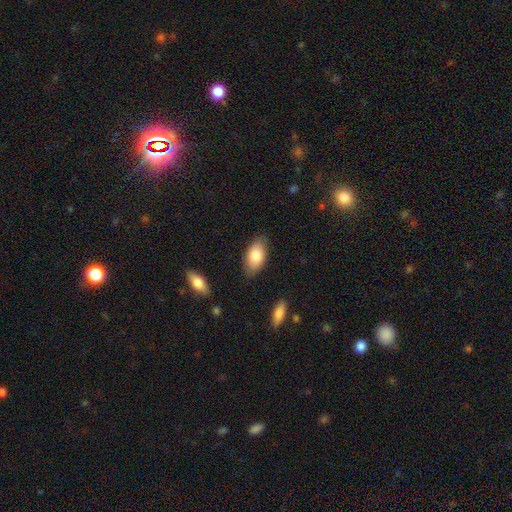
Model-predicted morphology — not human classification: smooth_or_featured: smooth (p=0.82) [alt: featured or disk p=0.12]
how_rounded: in between (p=0.93) [alt: round p=0.03]
merging: none (p=0.81) [alt: minor disturbance p=0.15]